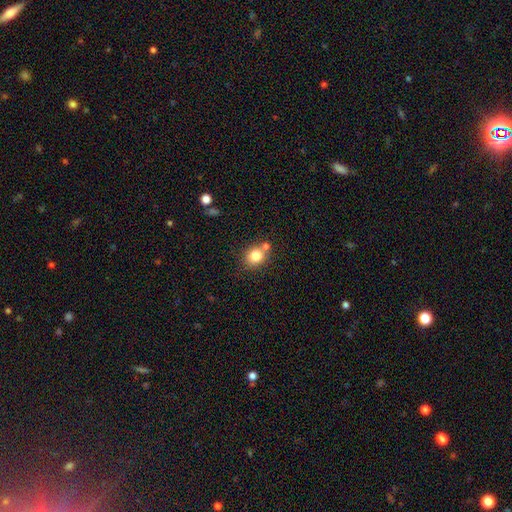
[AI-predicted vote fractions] smooth 80%, star or artifact 11%, featured or disk 9%. Down the decision tree: how rounded — round (73%); merging — none (64%).